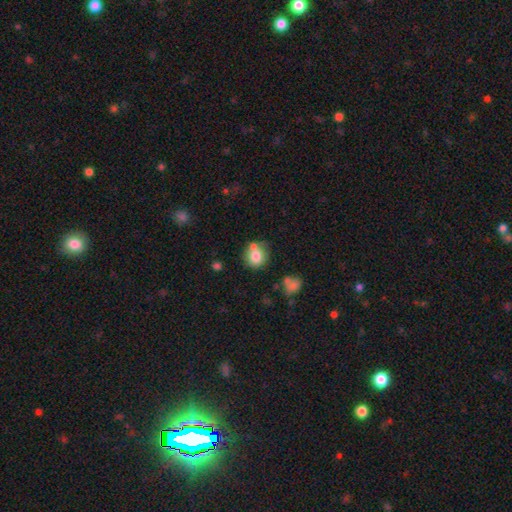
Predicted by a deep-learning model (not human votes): Overall: smooth (77%). How rounded: round (79%). Merging: none (57%; merger 23%).